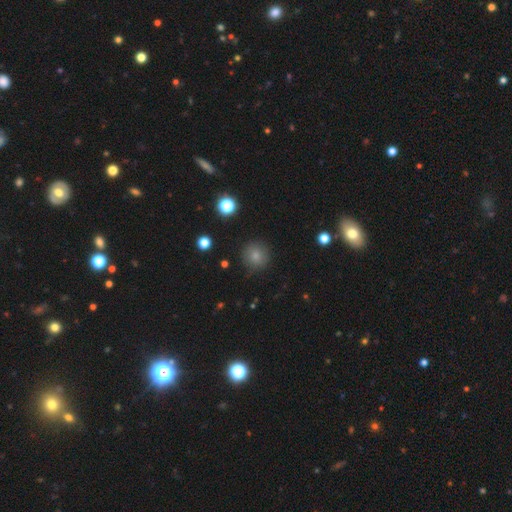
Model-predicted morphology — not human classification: A smooth galaxy with no disk features (79%) that is round (93%).

Vote fractions:
- Smooth or featured? smooth: 79% / star or artifact: 13% / featured or disk: 7%
- How rounded? round: 93% / in between: 6% / cigar-shaped: 1%
- Merging? none: 86% / minor disturbance: 10% / major disturbance: 3% / merger: 2%